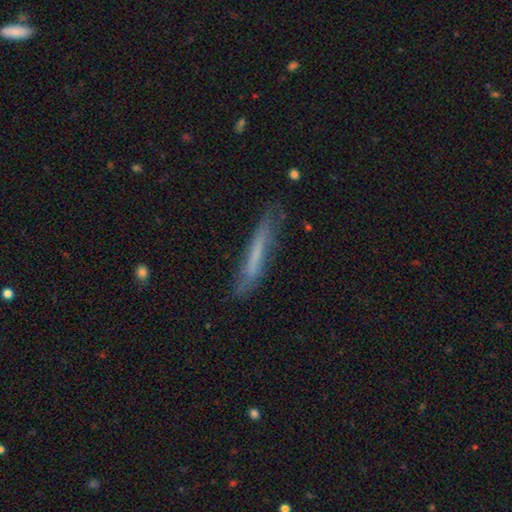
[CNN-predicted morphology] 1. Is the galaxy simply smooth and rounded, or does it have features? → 53% smooth, 39% featured or disk, 8% star or artifact.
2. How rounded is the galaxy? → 93% cigar-shaped, 6% in between, 1% round.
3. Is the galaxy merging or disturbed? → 73% none, 20% minor disturbance, 5% major disturbance, 2% merger.